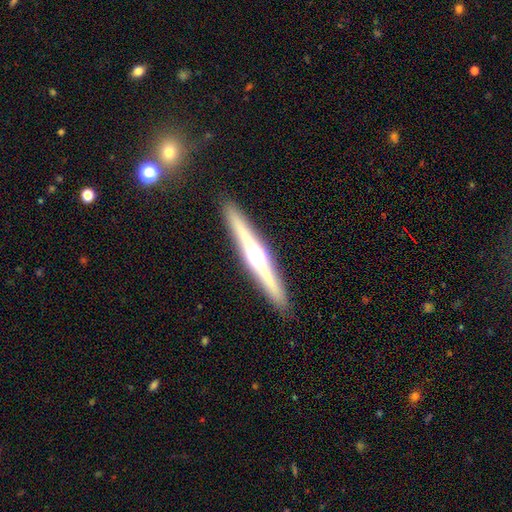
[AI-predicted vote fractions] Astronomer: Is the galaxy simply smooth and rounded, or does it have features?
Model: featured or disk — 74%.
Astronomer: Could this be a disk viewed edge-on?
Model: yes — 98%.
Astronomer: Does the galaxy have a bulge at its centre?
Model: rounded — 89%.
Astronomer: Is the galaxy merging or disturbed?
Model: none — 92%.